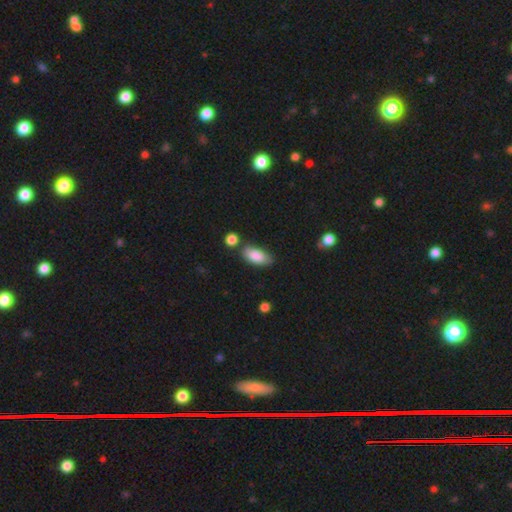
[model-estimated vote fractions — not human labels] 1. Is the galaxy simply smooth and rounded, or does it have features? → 83% smooth, 10% featured or disk, 6% star or artifact.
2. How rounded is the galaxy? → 89% in between, 8% cigar-shaped, 3% round.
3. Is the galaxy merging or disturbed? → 68% none, 18% minor disturbance, 11% merger, 4% major disturbance.